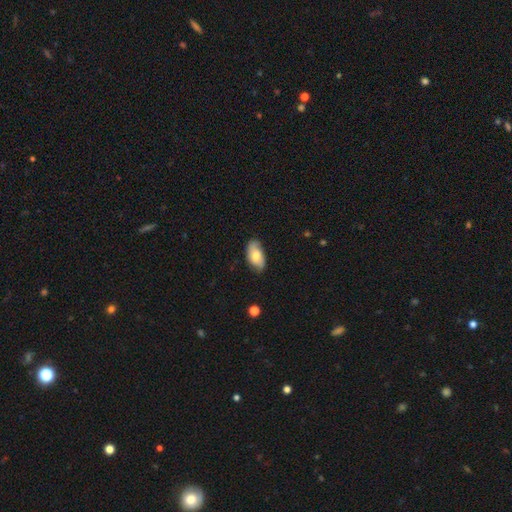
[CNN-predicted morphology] A smooth galaxy with no disk features (64%) that is in between round and cigar-shaped (93%).

Vote fractions:
- Smooth or featured? smooth: 64% / featured or disk: 29% / star or artifact: 7%
- How rounded? in between: 93% / round: 4% / cigar-shaped: 3%
- Merging? none: 71% / minor disturbance: 23% / major disturbance: 4% / merger: 1%